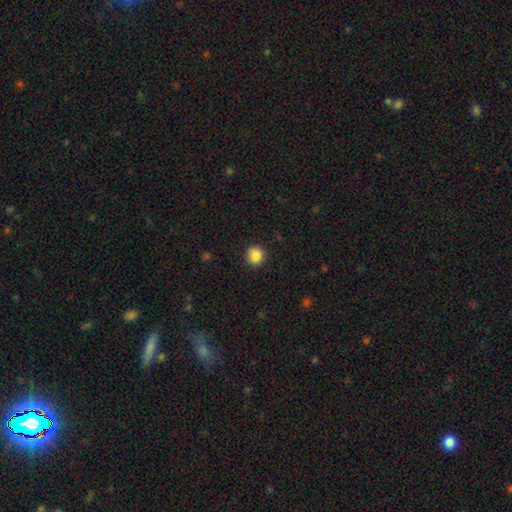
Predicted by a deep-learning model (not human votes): Smooth or featured: smooth — 86% (star or artifact — 9%)
How rounded: round — 92% (in between — 7%)
Merging: none — 90% (minor disturbance — 7%)